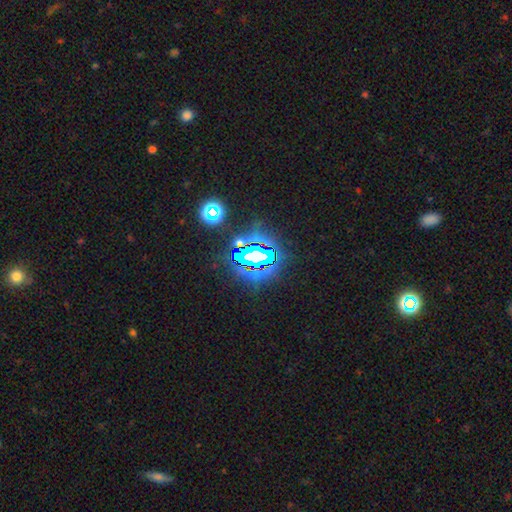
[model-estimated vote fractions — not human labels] Overall: star or artifact (74%).